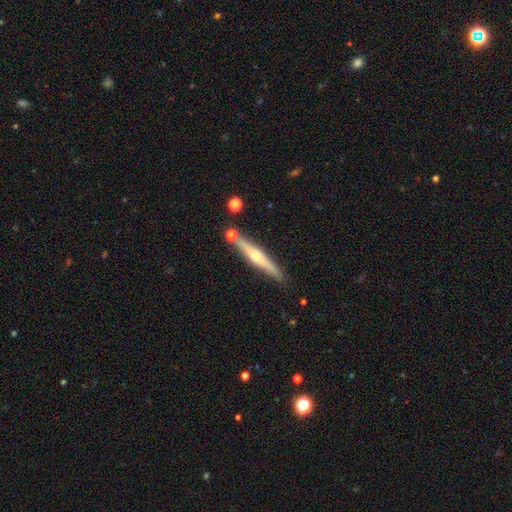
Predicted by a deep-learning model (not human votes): featured or disk 66%, smooth 28%, star or artifact 6%. Down the decision tree: edge-on disk — yes (96%); edge-on bulge — rounded (83%); merging — none (82%).